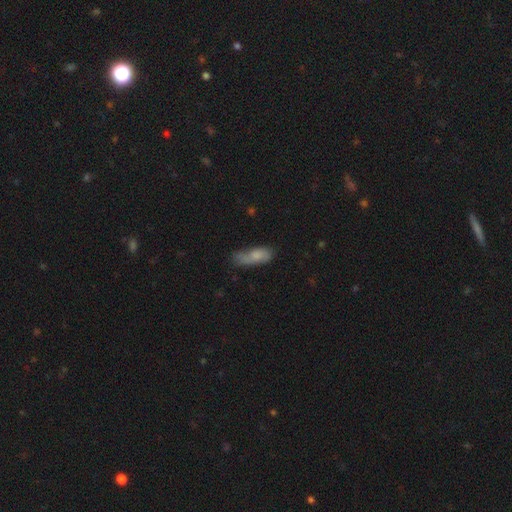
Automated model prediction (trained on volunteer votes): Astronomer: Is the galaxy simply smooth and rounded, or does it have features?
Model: smooth — 68%.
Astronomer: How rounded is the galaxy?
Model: in between — 68%.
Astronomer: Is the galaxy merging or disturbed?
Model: none — 47% (runner-up: minor disturbance, 32%).